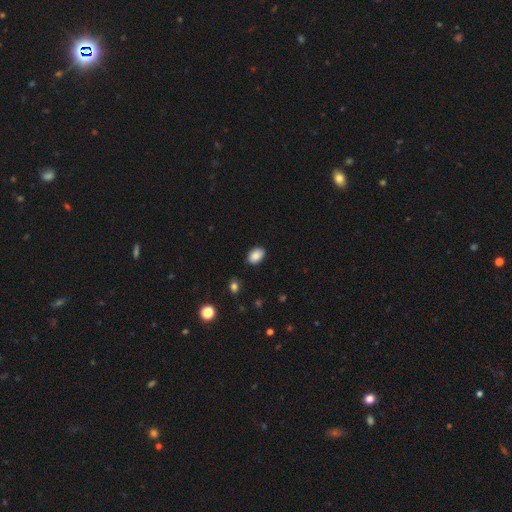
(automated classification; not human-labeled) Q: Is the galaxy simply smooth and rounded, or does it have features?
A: smooth — 88%.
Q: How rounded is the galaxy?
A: in between — 85%.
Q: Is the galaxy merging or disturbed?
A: none — 88%.